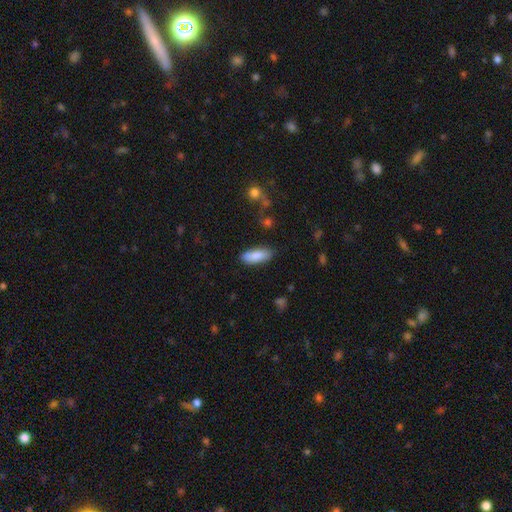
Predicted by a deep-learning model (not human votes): The model was most divided on "how rounded": in between: 70%, cigar-shaped: 28%, round: 2%. More confident: smooth or featured — smooth (86%); merging — none (82%).